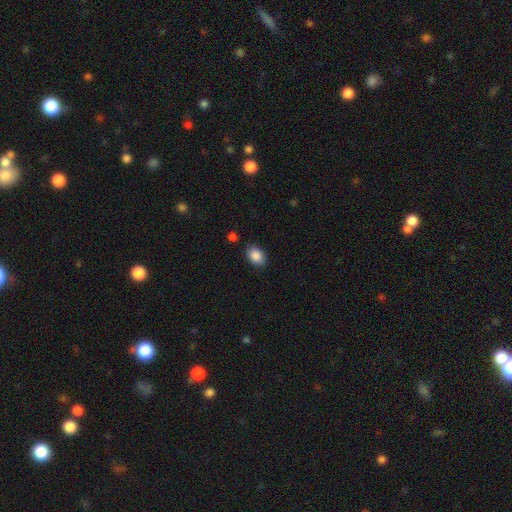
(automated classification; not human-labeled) Smooth or featured? Predicted: smooth (p=0.88). How rounded? Predicted: in between (p=0.81). Merging? Predicted: none (p=0.84).